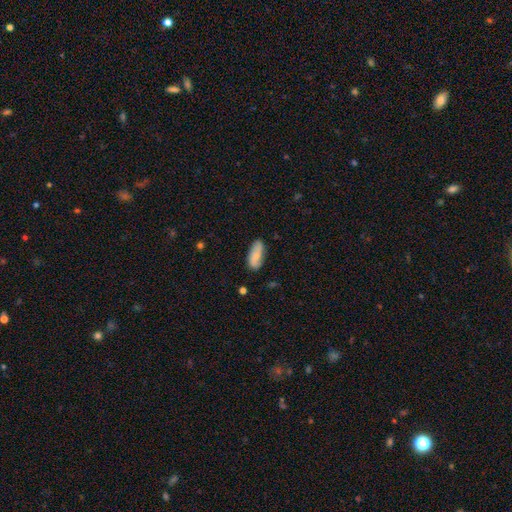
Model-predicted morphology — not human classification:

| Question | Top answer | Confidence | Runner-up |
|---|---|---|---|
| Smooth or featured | smooth | 74% | featured or disk (20%) |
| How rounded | in between | 82% | cigar-shaped (15%) |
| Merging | none | 75% | minor disturbance (19%) |